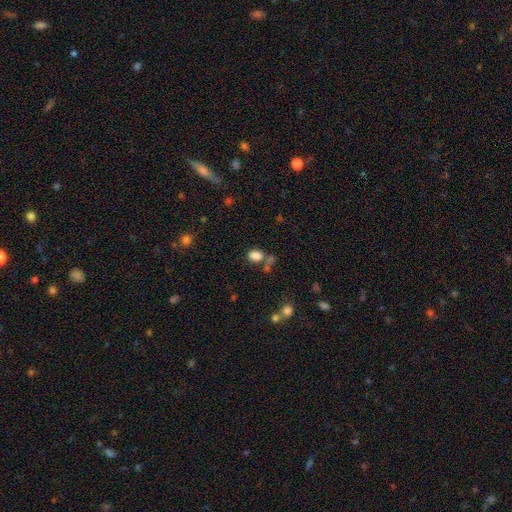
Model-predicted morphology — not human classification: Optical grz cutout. It shows a smooth galaxy with no disk features (82%) that is in between round and cigar-shaped (75%). Merging: none (61%).